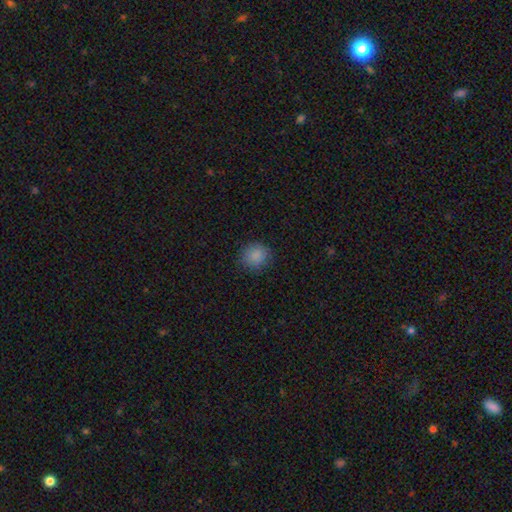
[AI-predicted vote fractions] Smooth or featured: smooth — 86% (star or artifact — 10%)
How rounded: round — 85% (in between — 14%)
Merging: none — 86% (minor disturbance — 10%)